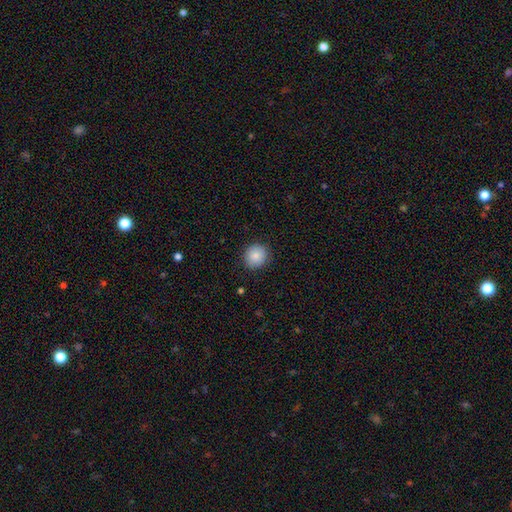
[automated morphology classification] Smooth or featured? Predicted: smooth (p=0.86). How rounded? Predicted: round (p=0.86). Merging? Predicted: none (p=0.88).